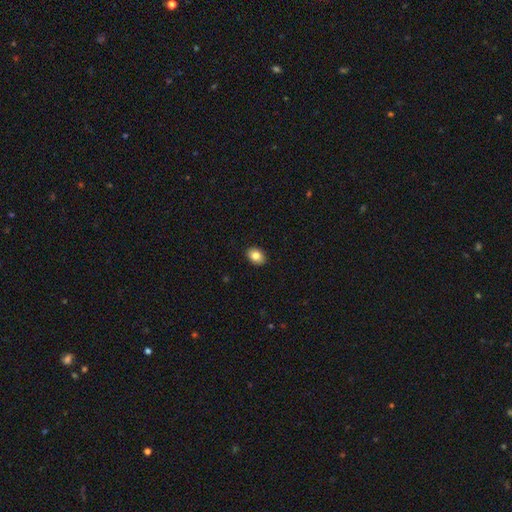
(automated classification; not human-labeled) Q: Smooth or featured?
A: smooth (83%); runner-up: featured or disk (8%)
Q: How rounded?
A: in between (75%); runner-up: round (24%)
Q: Merging?
A: none (90%); runner-up: minor disturbance (7%)